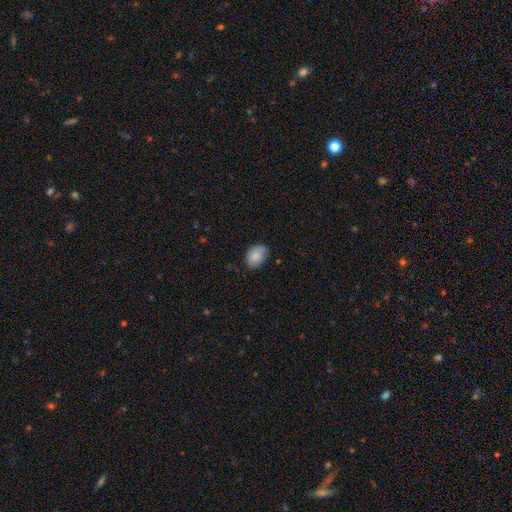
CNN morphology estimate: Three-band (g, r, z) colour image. It shows a smooth galaxy with no disk features (84%) that is in between round and cigar-shaped (72%). Merging: none (66%).